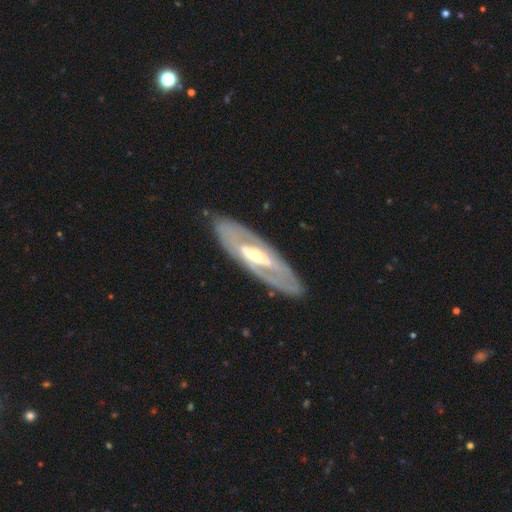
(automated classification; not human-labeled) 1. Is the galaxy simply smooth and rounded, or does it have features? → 78% featured or disk, 17% smooth, 5% star or artifact.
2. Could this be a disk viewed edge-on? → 74% no, 26% yes.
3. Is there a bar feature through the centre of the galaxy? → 37% strong, 33% weak, 30% no.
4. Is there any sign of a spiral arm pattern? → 53% yes, 47% no.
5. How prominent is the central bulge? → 57% moderate, 36% small, 5% large, 1% none, 1% dominant.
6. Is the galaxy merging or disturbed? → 84% none, 11% minor disturbance, 4% major disturbance, 1% merger.